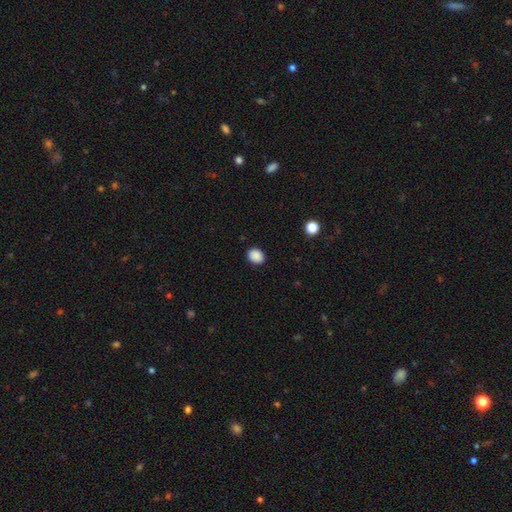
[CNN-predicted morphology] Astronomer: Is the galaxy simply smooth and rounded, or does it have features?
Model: smooth — 89%.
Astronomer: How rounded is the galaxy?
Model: round — 54% (runner-up: in between, 45%).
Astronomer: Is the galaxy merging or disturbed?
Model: none — 90%.